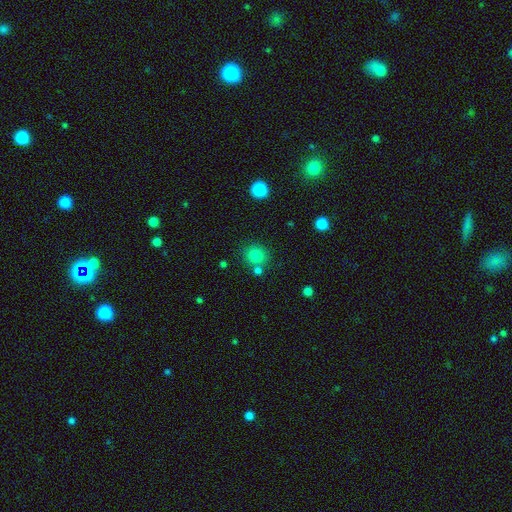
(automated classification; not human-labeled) smooth-or-featured: smooth: 81% | star or artifact: 13% | featured or disk: 6%
  how-rounded: round: 88% | in between: 11% | cigar-shaped: 1%
  merging: none: 74% | merger: 14% | minor disturbance: 9% | major disturbance: 3%